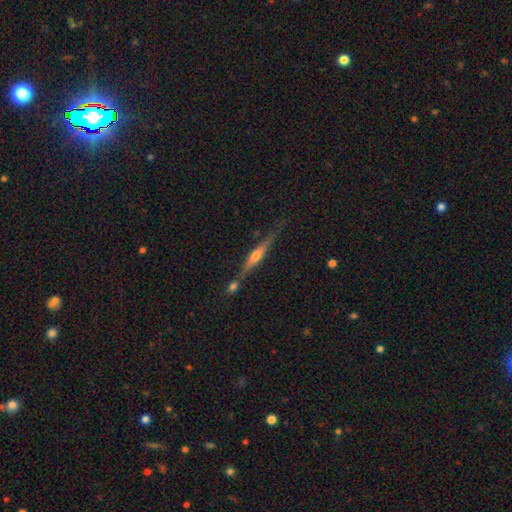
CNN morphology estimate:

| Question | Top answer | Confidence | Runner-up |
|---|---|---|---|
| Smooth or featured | featured or disk | 71% | smooth (21%) |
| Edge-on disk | yes | 96% | no (4%) |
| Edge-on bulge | rounded | 83% | boxy (9%) |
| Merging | none | 71% | minor disturbance (14%) |